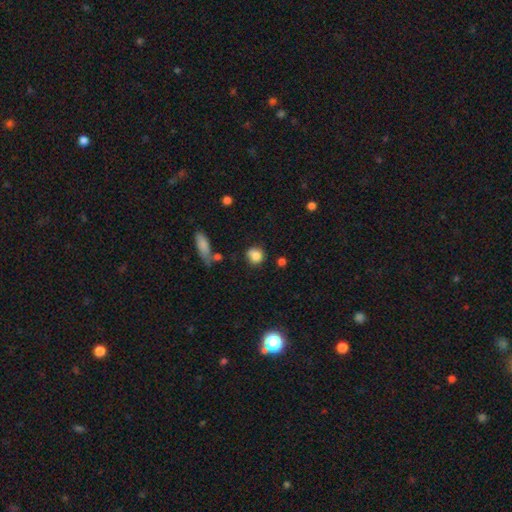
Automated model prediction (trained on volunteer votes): Morphology: type=smooth (83%); roundness=round (80%); merging=none (69%).